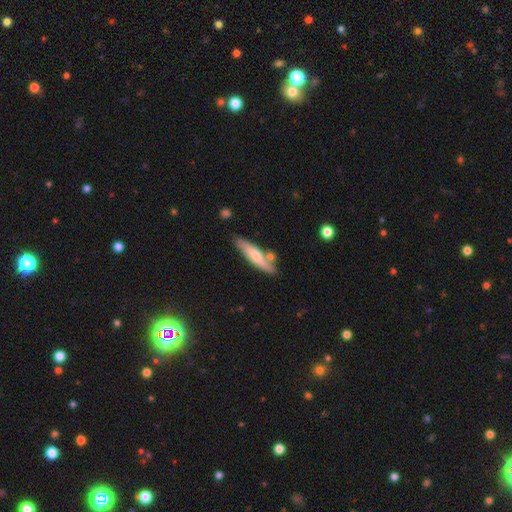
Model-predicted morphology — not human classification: smooth_or_featured: smooth (p=0.58) [alt: featured or disk p=0.37]
how_rounded: cigar-shaped (p=0.78) [alt: in between p=0.20]
merging: none (p=0.71) [alt: minor disturbance p=0.15]